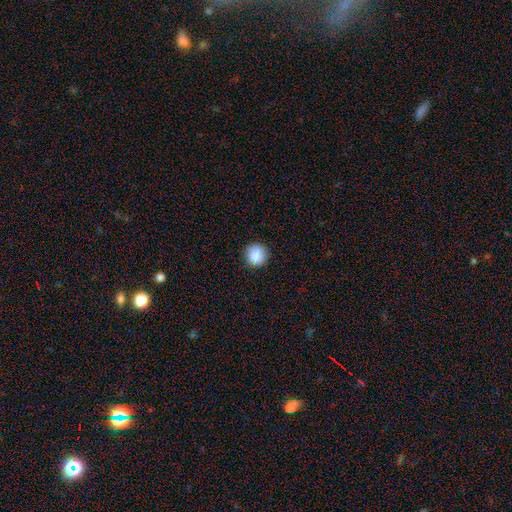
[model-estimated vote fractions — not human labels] This is clearly a smooth galaxy (87%). How rounded: clearly round (94%). Merging: clearly none (89%).